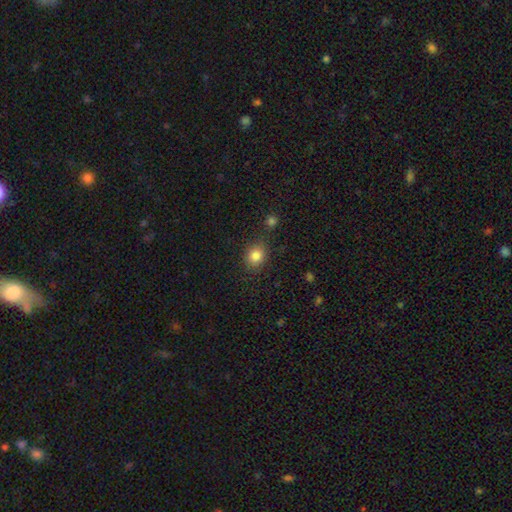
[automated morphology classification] Smooth or featured?
  - smooth: 83% *
  - star or artifact: 11%
  - featured or disk: 6%
How rounded?
  - round: 66% *
  - in between: 33%
  - cigar-shaped: 1%
Merging?
  - none: 81% *
  - minor disturbance: 11%
  - merger: 4%
  - major disturbance: 3%